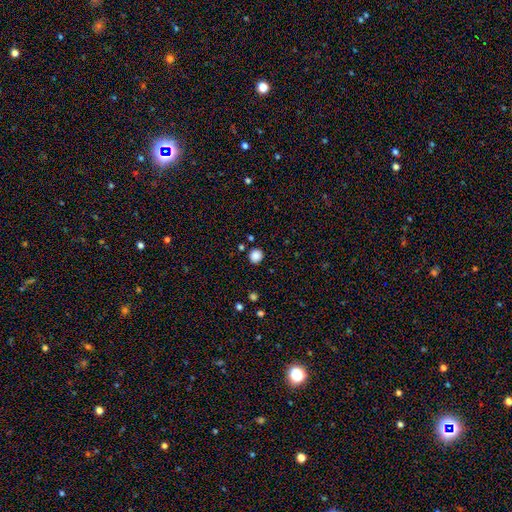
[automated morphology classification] Smooth or featured?
  - smooth: 86% *
  - star or artifact: 11%
  - featured or disk: 3%
How rounded?
  - round: 90% *
  - in between: 9%
  - cigar-shaped: 1%
Merging?
  - none: 89% *
  - minor disturbance: 7%
  - merger: 2%
  - major disturbance: 2%